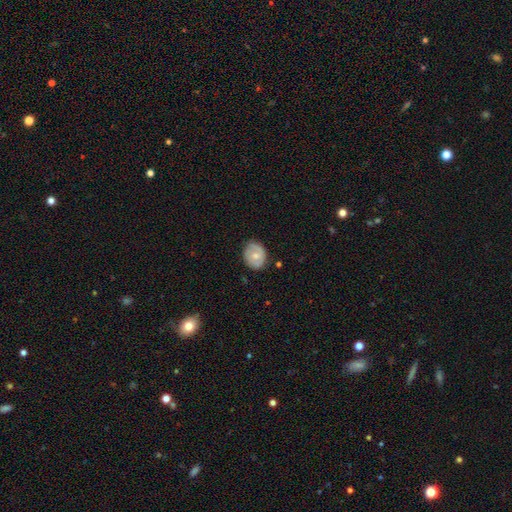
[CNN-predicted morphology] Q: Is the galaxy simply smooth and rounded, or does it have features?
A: smooth — 50%.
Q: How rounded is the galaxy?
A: round — 52%.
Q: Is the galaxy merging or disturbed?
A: none — 75%.